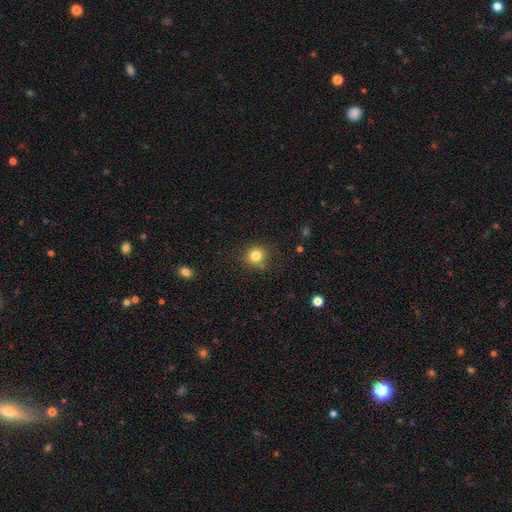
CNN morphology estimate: Smooth or featured?
  - smooth: 81% *
  - star or artifact: 12%
  - featured or disk: 6%
How rounded?
  - round: 87% *
  - in between: 12%
  - cigar-shaped: 1%
Merging?
  - none: 83% *
  - minor disturbance: 10%
  - merger: 4%
  - major disturbance: 3%